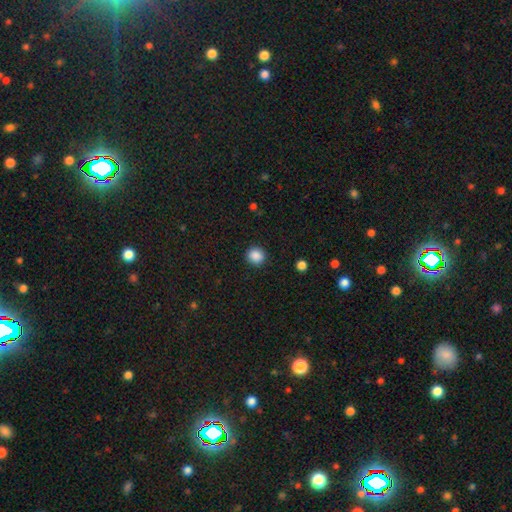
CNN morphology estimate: This appears to be a smooth galaxy with no disk features (88%) that is round (90%). Merging: none (92%).